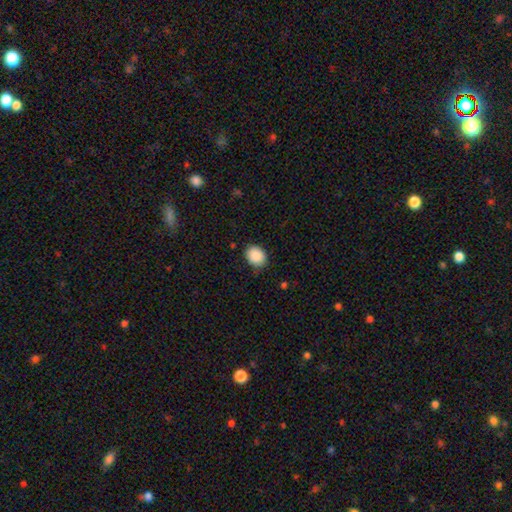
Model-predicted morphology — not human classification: smooth_or_featured: smooth (p=0.89) [alt: star or artifact p=0.08]
how_rounded: in between (p=0.51) [alt: round p=0.48]
merging: none (p=0.83) [alt: minor disturbance p=0.13]